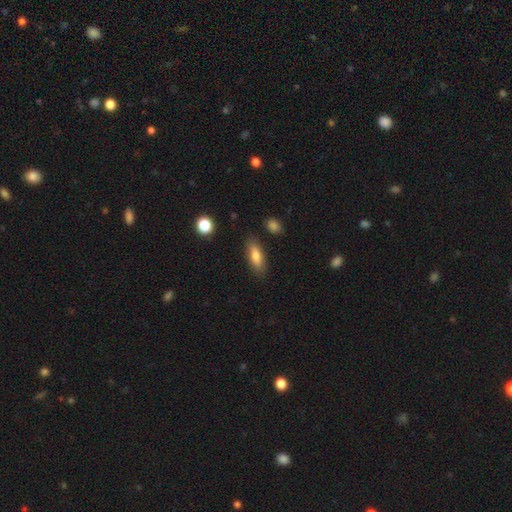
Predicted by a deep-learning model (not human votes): A smooth galaxy with no disk features (77%) that is in between round and cigar-shaped (65%).

Vote fractions:
- Smooth or featured? smooth: 77% / featured or disk: 16% / star or artifact: 7%
- How rounded? in between: 65% / cigar-shaped: 33% / round: 3%
- Merging? none: 83% / minor disturbance: 12% / major disturbance: 3% / merger: 2%